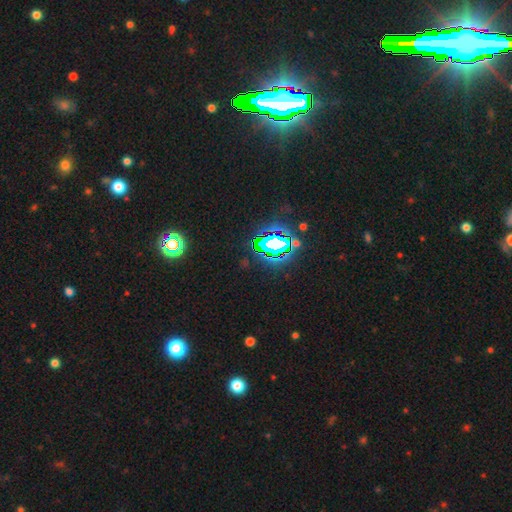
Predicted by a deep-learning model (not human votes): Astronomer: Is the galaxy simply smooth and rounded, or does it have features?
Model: star or artifact — 81%.